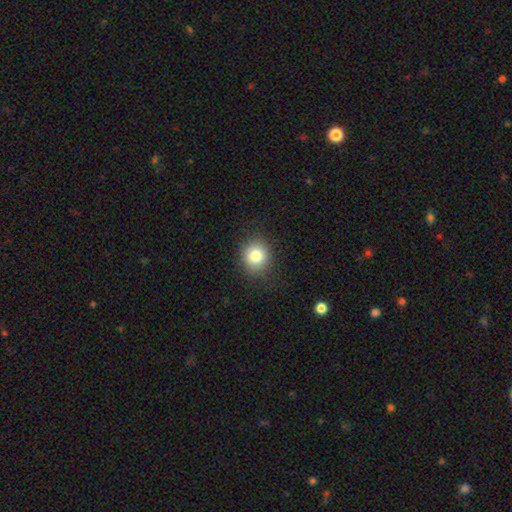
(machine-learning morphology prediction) Smooth or featured?
  - smooth: 82% *
  - star or artifact: 10%
  - featured or disk: 8%
How rounded?
  - round: 79% *
  - in between: 20%
  - cigar-shaped: 1%
Merging?
  - none: 86% *
  - minor disturbance: 10%
  - major disturbance: 3%
  - merger: 1%